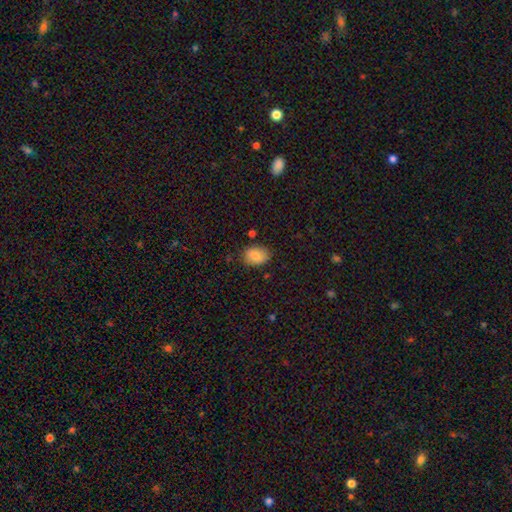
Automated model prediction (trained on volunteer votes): A smooth galaxy with no disk features (84%) that is in between round and cigar-shaped (69%).

Vote fractions:
- Smooth or featured? smooth: 84% / star or artifact: 9% / featured or disk: 7%
- How rounded? in between: 69% / round: 30% / cigar-shaped: 1%
- Merging? none: 80% / minor disturbance: 15% / major disturbance: 3% / merger: 2%